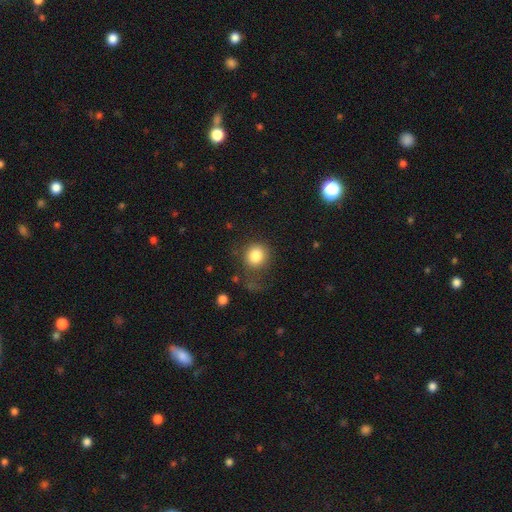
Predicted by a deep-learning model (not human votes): Smooth or featured?
  - smooth: 83% *
  - star or artifact: 10%
  - featured or disk: 7%
How rounded?
  - round: 82% *
  - in between: 18%
  - cigar-shaped: 1%
Merging?
  - none: 65% *
  - minor disturbance: 18%
  - major disturbance: 14%
  - merger: 3%